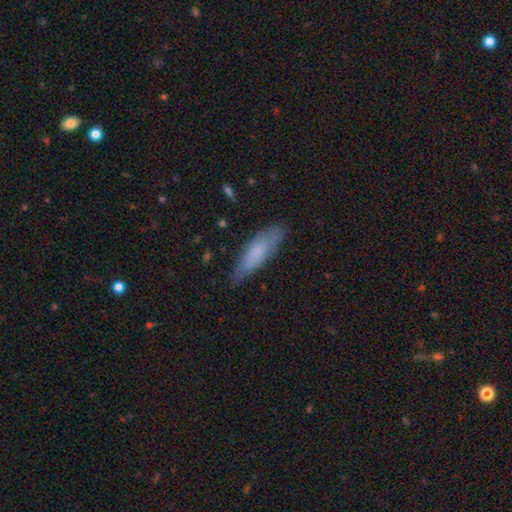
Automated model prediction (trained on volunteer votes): smooth 70%, featured or disk 22%, star or artifact 7%. Down the decision tree: how rounded — cigar-shaped (60%); merging — none (77%).